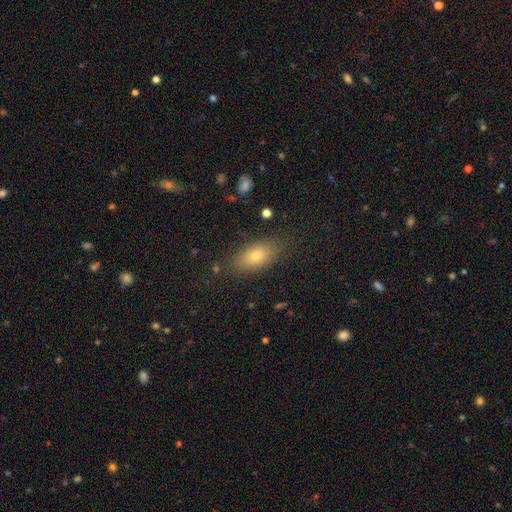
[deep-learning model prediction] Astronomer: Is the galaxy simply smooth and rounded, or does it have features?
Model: smooth — 76%.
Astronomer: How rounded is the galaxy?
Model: in between — 85%.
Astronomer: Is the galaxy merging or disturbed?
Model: none — 82%.